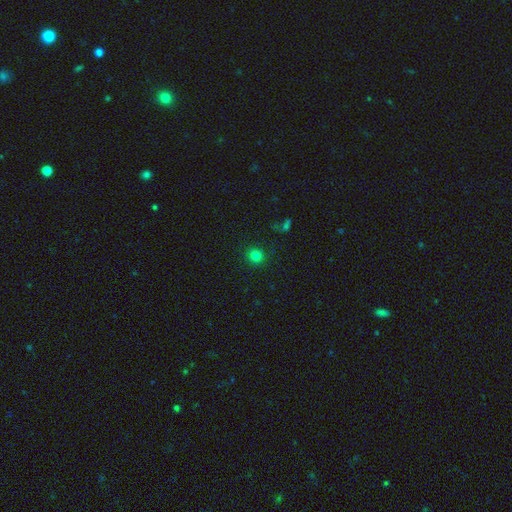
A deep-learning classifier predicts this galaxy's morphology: Smooth or featured: smooth — 81% (star or artifact — 14%)
How rounded: round — 91% (in between — 8%)
Merging: none — 90% (minor disturbance — 6%)